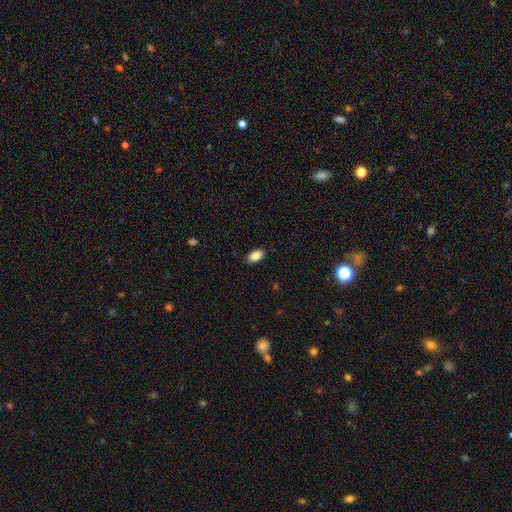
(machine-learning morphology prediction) Smooth or featured: smooth — 88% (star or artifact — 8%)
How rounded: in between — 92% (round — 6%)
Merging: none — 89% (minor disturbance — 8%)